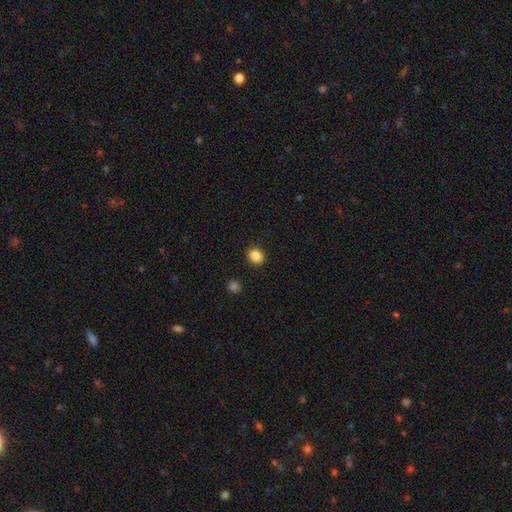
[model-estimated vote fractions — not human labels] smooth_or_featured: smooth (p=0.86) [alt: star or artifact p=0.10]
how_rounded: round (p=0.66) [alt: in between p=0.34]
merging: none (p=0.90) [alt: minor disturbance p=0.06]